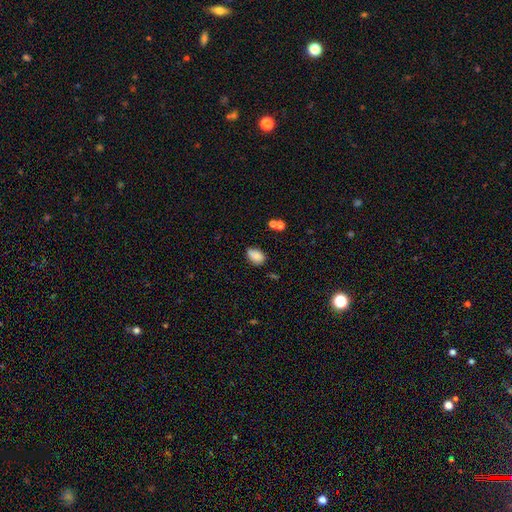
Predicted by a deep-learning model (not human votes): Smooth or featured? smooth (85%)
How rounded? in between (87%)
Merging? none (68%)